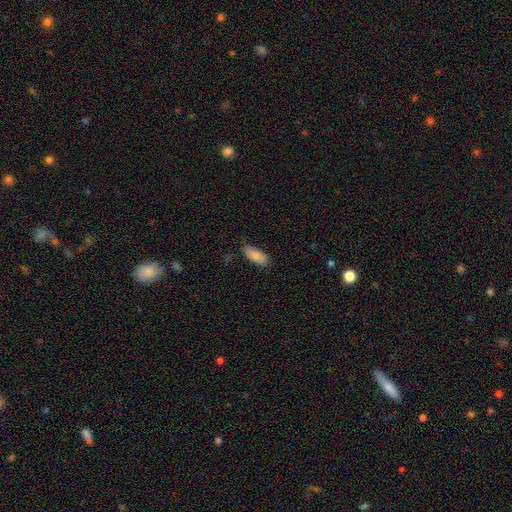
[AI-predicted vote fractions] Smooth or featured?
  - smooth: 87% *
  - featured or disk: 7%
  - star or artifact: 6%
How rounded?
  - in between: 82% *
  - cigar-shaped: 16%
  - round: 2%
Merging?
  - none: 77% *
  - minor disturbance: 18%
  - major disturbance: 3%
  - merger: 1%